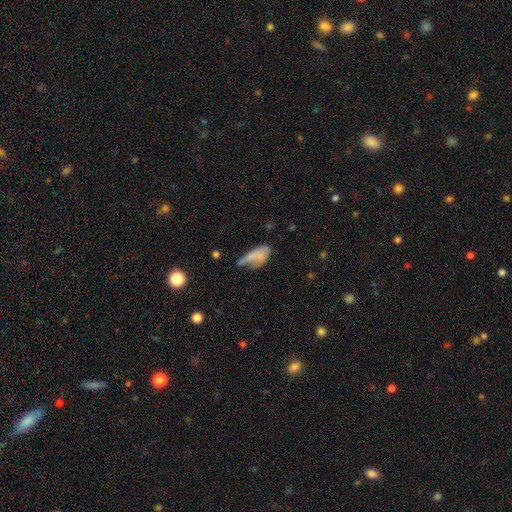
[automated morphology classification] smooth 67%, featured or disk 23%, star or artifact 10%. Down the decision tree: how rounded — in between (72%); merging — major disturbance (34%).